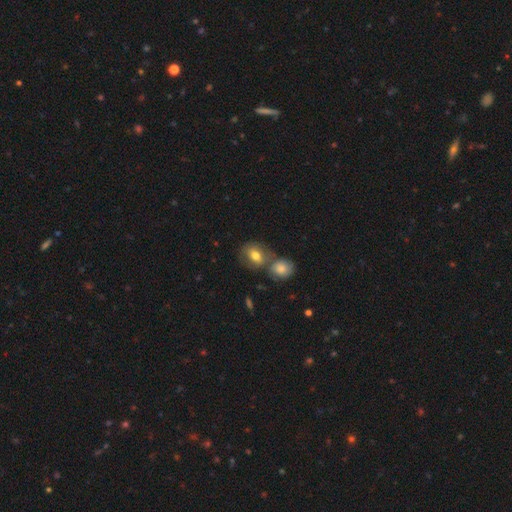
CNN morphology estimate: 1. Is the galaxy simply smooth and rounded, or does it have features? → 73% smooth, 19% featured or disk, 8% star or artifact.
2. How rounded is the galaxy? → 56% in between, 42% round, 2% cigar-shaped.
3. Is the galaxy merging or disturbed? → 43% merger, 42% none, 11% minor disturbance, 4% major disturbance.